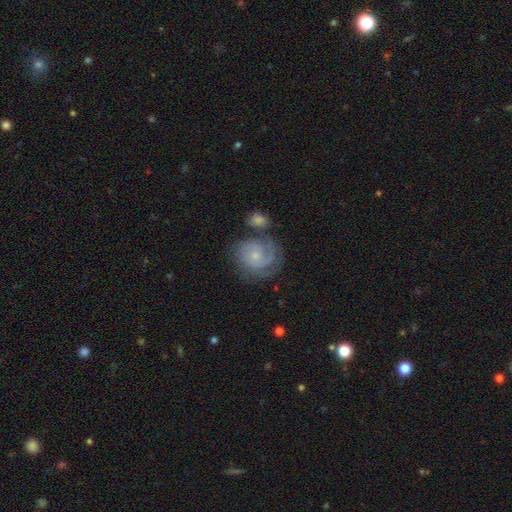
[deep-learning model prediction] A featured or disk galaxy (73%) with no bar (75%), 2 (32%) tight (62%) spiral arms (92%) and a small central bulge (74%).

Vote fractions:
- Smooth or featured? featured or disk: 73% / smooth: 20% / star or artifact: 7%
- Edge-on disk? no: 98% / yes: 2%
- Bar? no: 75% / weak: 22% / strong: 3%
- Spiral arms? yes: 92% / no: 8%
- Spiral winding? tight: 62% / medium: 29% / loose: 9%
- Spiral arm count? 2: 32% / can't tell: 29% / 1: 16% / 3: 15% / 4: 4% / more than 4: 4%
- Bulge size? small: 74% / moderate: 19% / none: 5% / large: 2% / dominant: 1%
- Merging? none: 59% / minor disturbance: 18% / major disturbance: 12% / merger: 11%